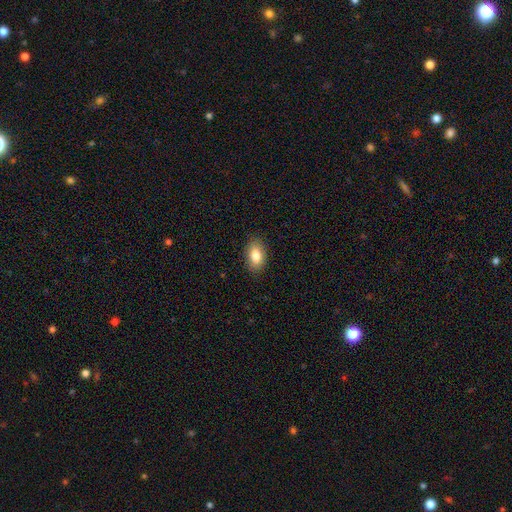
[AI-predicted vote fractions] Smooth or featured? Predicted: smooth (p=0.84). How rounded? Predicted: in between (p=0.91). Merging? Predicted: none (p=0.88).